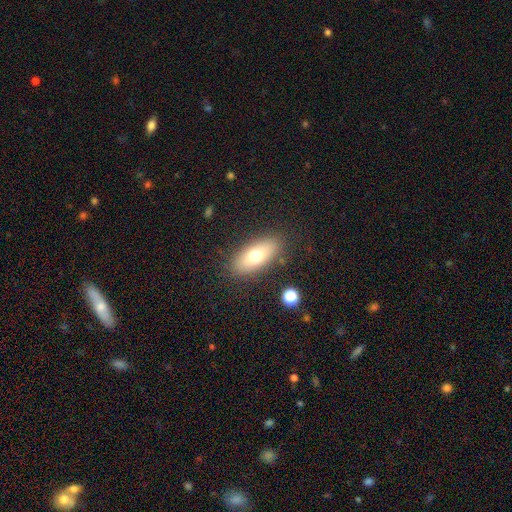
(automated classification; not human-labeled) Smooth or featured? Predicted: smooth (p=0.69). How rounded? Predicted: in between (p=0.83). Merging? Predicted: none (p=0.84).